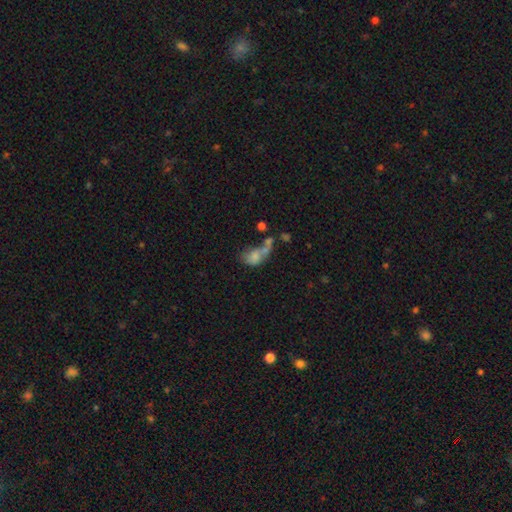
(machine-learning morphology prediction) Overall: smooth (60%; featured or disk 27%). How rounded: in between (75%). Merging: merger (48%; major disturbance 23%).